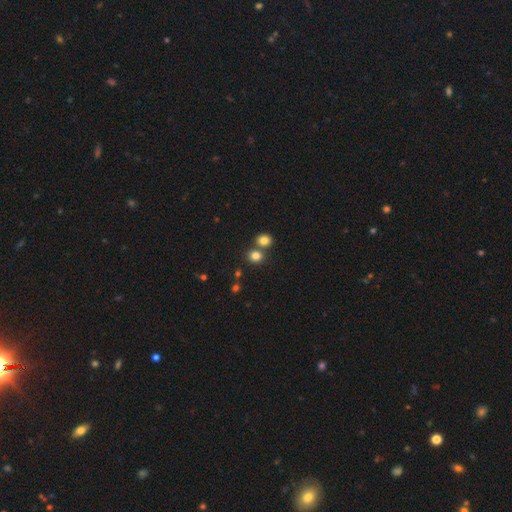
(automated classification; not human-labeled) smooth_or_featured: smooth (p=0.81) [alt: star or artifact p=0.13]
how_rounded: round (p=0.73) [alt: in between p=0.26]
merging: none (p=0.59) [alt: merger p=0.31]